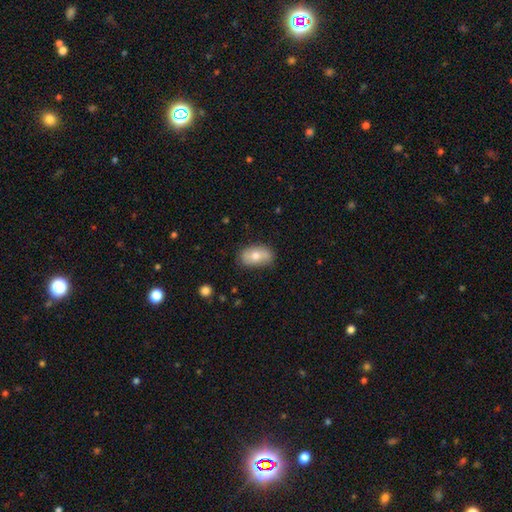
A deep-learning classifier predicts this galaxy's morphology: The model was most divided on "smooth or featured": smooth: 67%, featured or disk: 26%, star or artifact: 7%. More confident: how rounded — in between (89%); merging — none (73%).